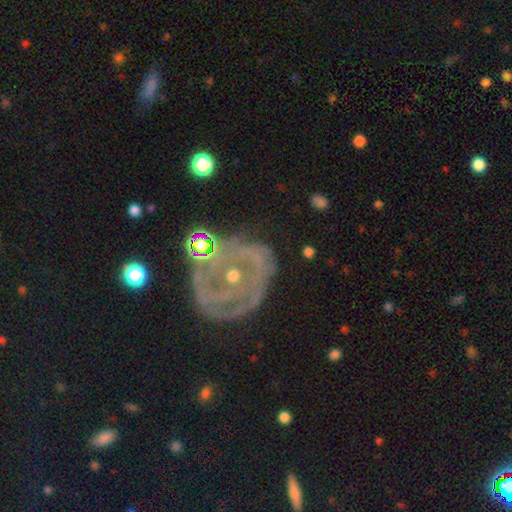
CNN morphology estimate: featured or disk 72%, smooth 16%, star or artifact 13%. Down the decision tree: edge-on disk — no (97%); bar — no (73%); spiral arms — yes (66%); bulge size — moderate (48%); merging — none (59%).